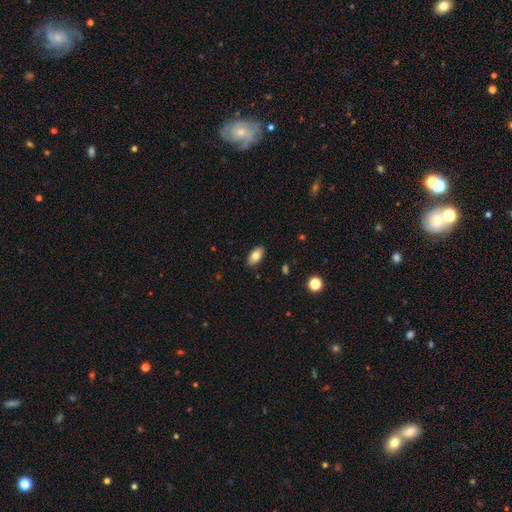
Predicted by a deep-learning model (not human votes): smooth 77%, featured or disk 15%, star or artifact 8%. Down the decision tree: how rounded — in between (92%); merging — none (88%).